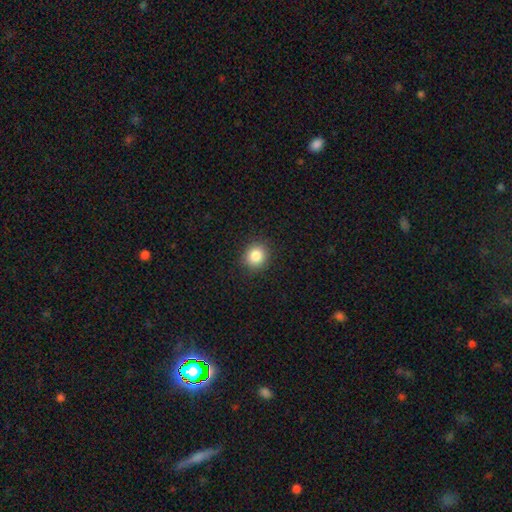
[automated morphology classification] The model was most divided on "how rounded": round: 83%, in between: 16%, cigar-shaped: 1%. More confident: merging — none (90%); smooth or featured — smooth (85%).